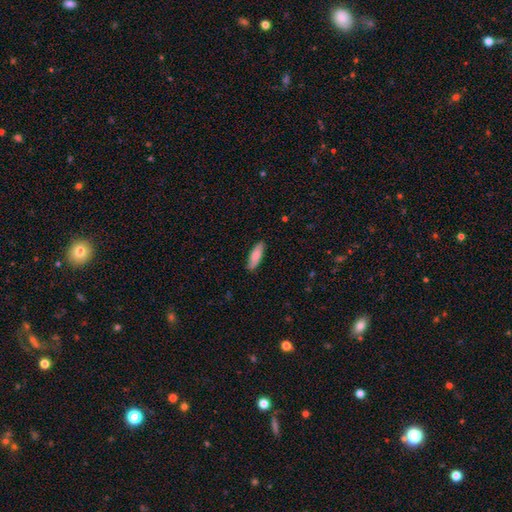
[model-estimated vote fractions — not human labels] A smooth galaxy with no disk features (84%) that is in between round and cigar-shaped (51%). Merging: none (85%).